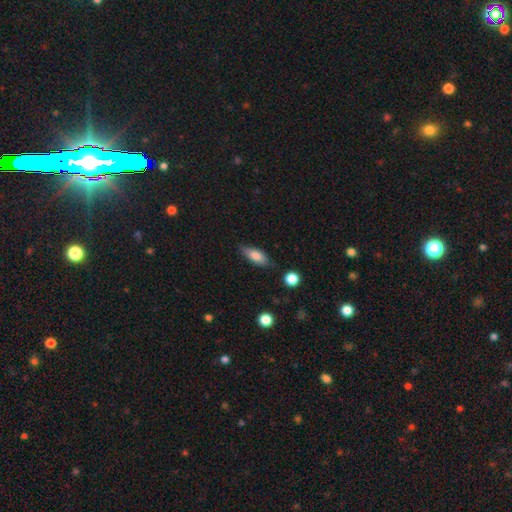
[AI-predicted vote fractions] A smooth galaxy with no disk features (77%) that is in between round and cigar-shaped (74%).

Vote fractions:
- Smooth or featured? smooth: 77% / featured or disk: 15% / star or artifact: 7%
- How rounded? in between: 74% / cigar-shaped: 22% / round: 3%
- Merging? none: 76% / minor disturbance: 18% / major disturbance: 4% / merger: 2%